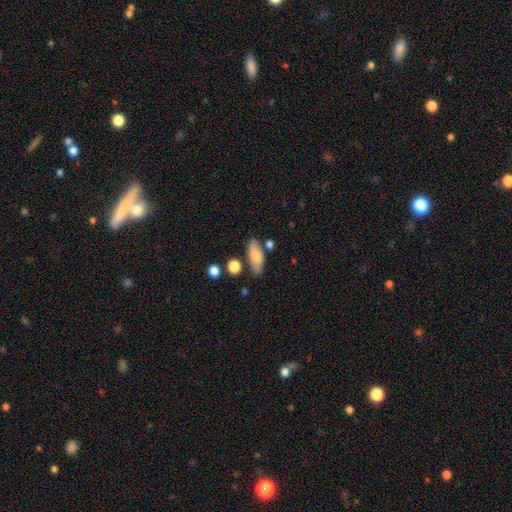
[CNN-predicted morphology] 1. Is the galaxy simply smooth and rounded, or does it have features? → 74% smooth, 19% featured or disk, 7% star or artifact.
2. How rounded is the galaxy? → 75% in between, 21% cigar-shaped, 4% round.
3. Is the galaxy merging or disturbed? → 72% none, 16% minor disturbance, 7% merger, 4% major disturbance.